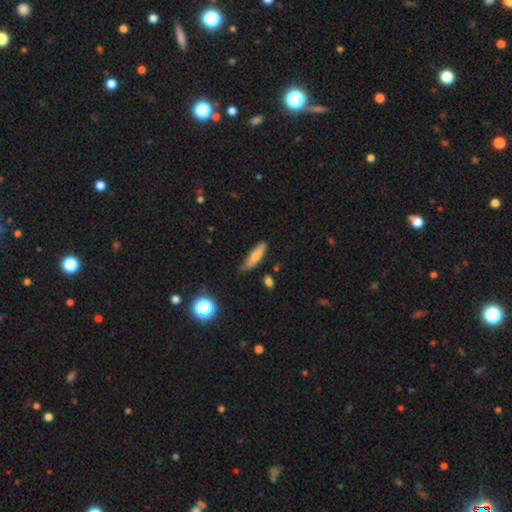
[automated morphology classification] Smooth or featured: smooth — 73% (featured or disk — 19%)
How rounded: cigar-shaped — 62% (in between — 35%)
Merging: none — 68% (minor disturbance — 26%)